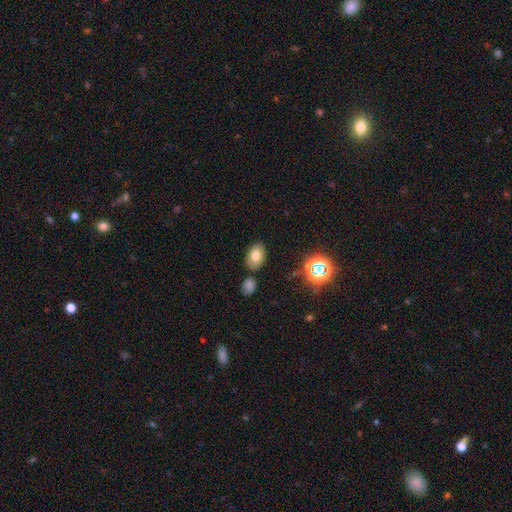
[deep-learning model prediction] Overall: smooth (72%). How rounded: in between (83%). Merging: none (80%).